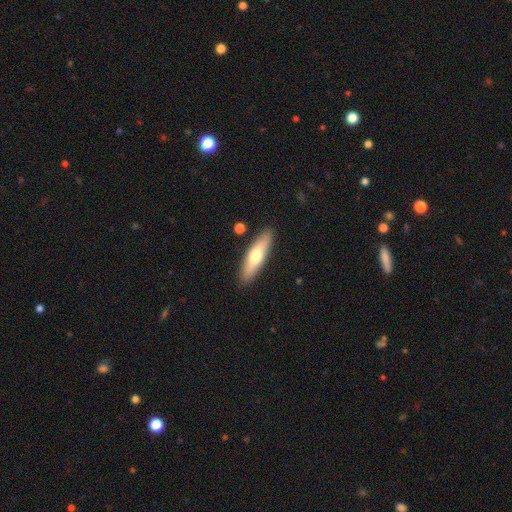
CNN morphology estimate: Smooth or featured?
  - smooth: 60% *
  - featured or disk: 34%
  - star or artifact: 6%
How rounded?
  - cigar-shaped: 65% *
  - in between: 33%
  - round: 2%
Merging?
  - none: 88% *
  - minor disturbance: 8%
  - merger: 2%
  - major disturbance: 2%